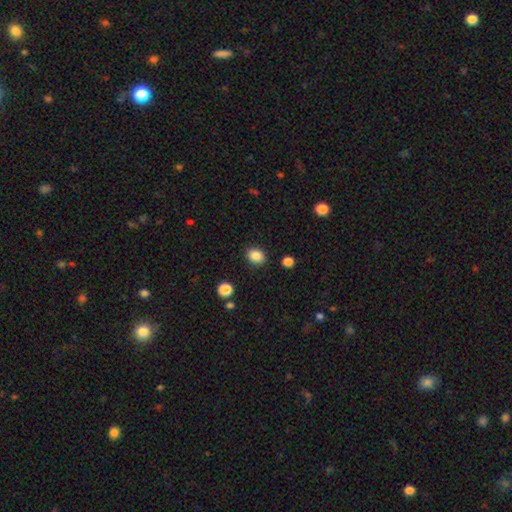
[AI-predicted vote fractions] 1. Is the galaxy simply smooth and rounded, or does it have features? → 86% smooth, 10% star or artifact, 4% featured or disk.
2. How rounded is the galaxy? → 52% in between, 47% round, 1% cigar-shaped.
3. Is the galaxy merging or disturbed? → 88% none, 8% minor disturbance, 2% major disturbance, 2% merger.